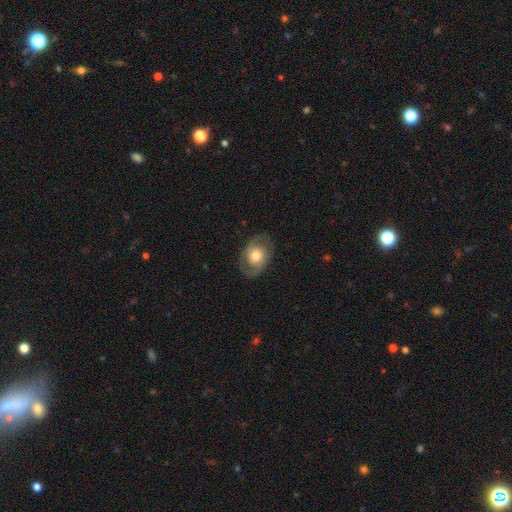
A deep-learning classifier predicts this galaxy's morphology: Q: Smooth or featured?
A: featured or disk (49%); runner-up: smooth (44%)
Q: Merging?
A: none (76%); runner-up: minor disturbance (15%)